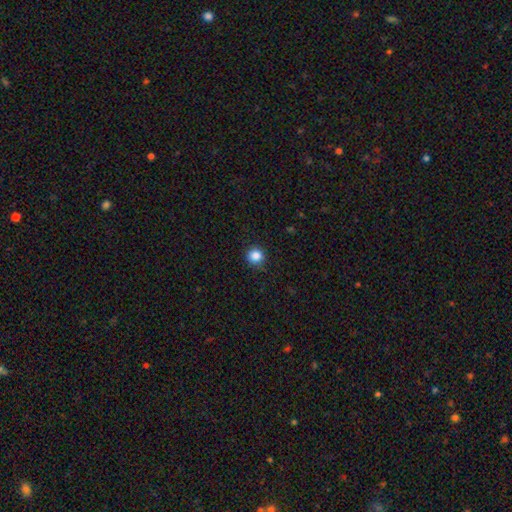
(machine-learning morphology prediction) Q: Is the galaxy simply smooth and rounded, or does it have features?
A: smooth — 86%.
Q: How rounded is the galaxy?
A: round — 90%.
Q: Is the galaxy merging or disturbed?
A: none — 88%.